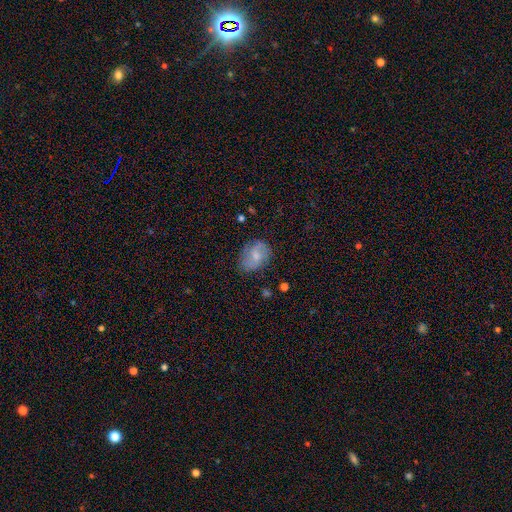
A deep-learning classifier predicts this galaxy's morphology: This appears to be a smooth galaxy with no disk features (60%) that is in between round and cigar-shaped (70%). Merging: none (67%).